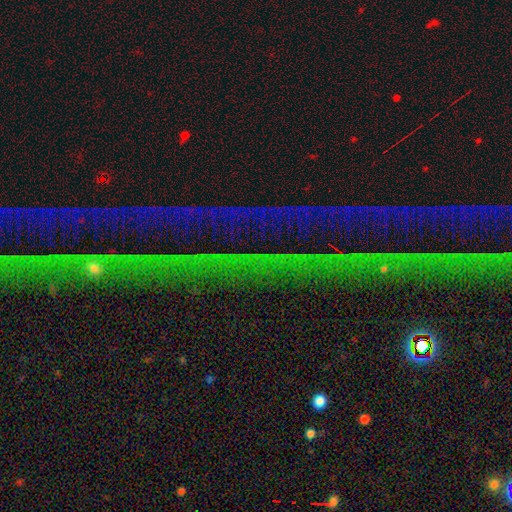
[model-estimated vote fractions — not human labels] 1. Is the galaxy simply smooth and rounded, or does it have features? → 86% star or artifact, 8% featured or disk, 6% smooth.